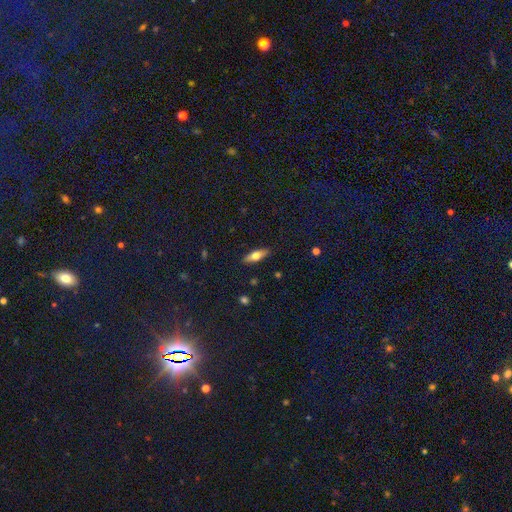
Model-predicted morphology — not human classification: Q: Smooth or featured?
A: smooth (55%); runner-up: featured or disk (38%)
Q: How rounded?
A: in between (50%); runner-up: cigar-shaped (46%)
Q: Merging?
A: none (89%); runner-up: minor disturbance (8%)